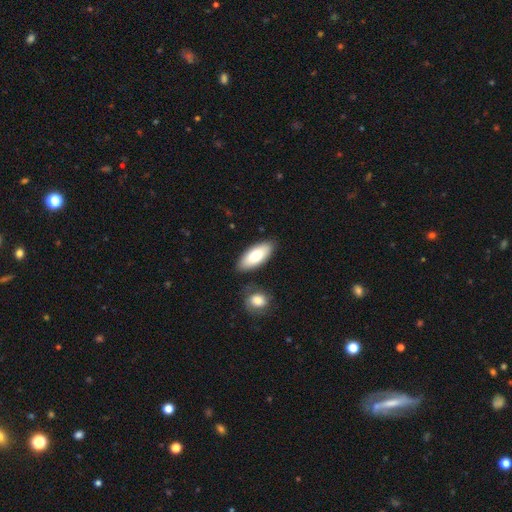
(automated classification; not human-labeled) Smooth or featured? smooth (78%)
How rounded? in between (83%)
Merging? none (82%)